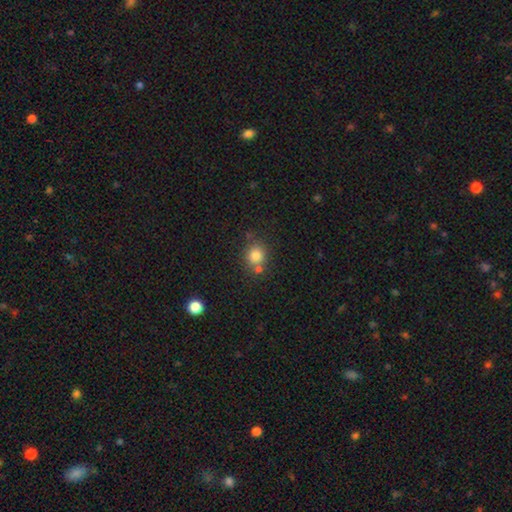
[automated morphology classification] smooth 81%, star or artifact 12%, featured or disk 7%. Down the decision tree: how rounded — round (82%); merging — none (66%).